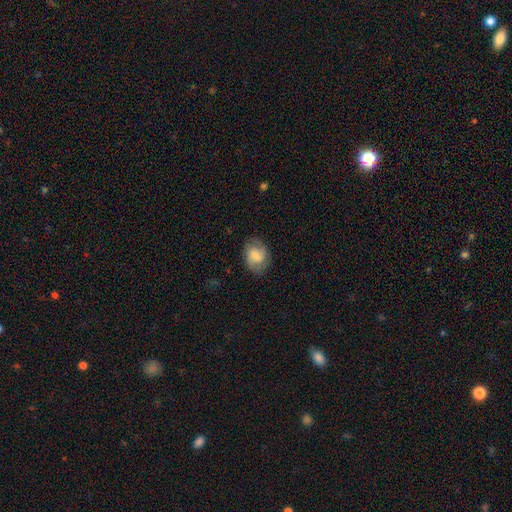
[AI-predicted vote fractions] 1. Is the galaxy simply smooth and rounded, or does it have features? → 61% smooth, 31% featured or disk, 8% star or artifact.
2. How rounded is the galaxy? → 70% in between, 29% round, 1% cigar-shaped.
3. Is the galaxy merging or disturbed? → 76% none, 17% minor disturbance, 6% major disturbance, 1% merger.